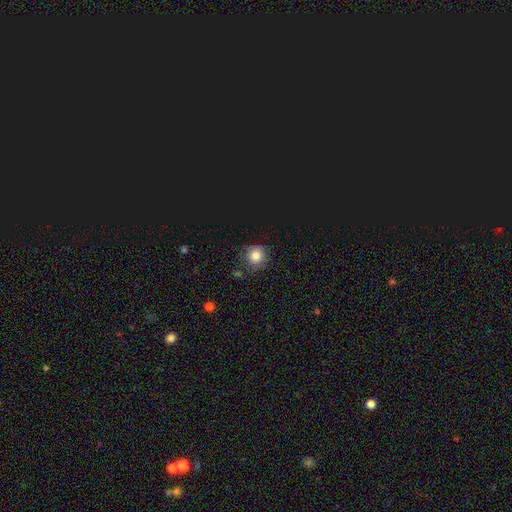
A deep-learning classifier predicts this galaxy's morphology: Smooth or featured?
  - smooth: 81% *
  - star or artifact: 13%
  - featured or disk: 6%
How rounded?
  - round: 92% *
  - in between: 7%
  - cigar-shaped: 1%
Merging?
  - none: 79% *
  - minor disturbance: 14%
  - major disturbance: 4%
  - merger: 3%